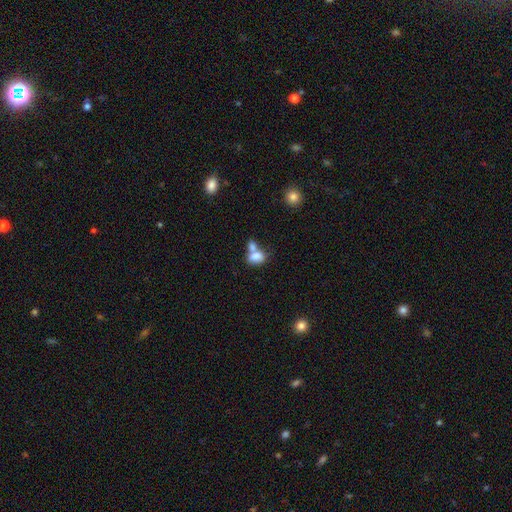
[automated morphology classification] Smooth or featured? Predicted: smooth (p=0.80). How rounded? Predicted: in between (p=0.83). Merging? Predicted: merger (p=0.58).